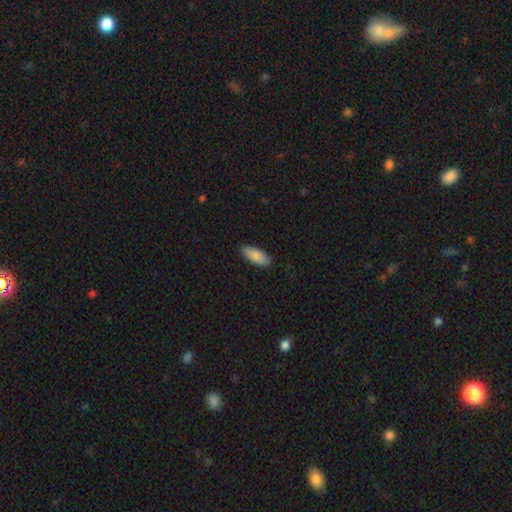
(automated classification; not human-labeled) A smooth galaxy with no disk features (87%) that is in between round and cigar-shaped (80%).

Vote fractions:
- Smooth or featured? smooth: 87% / featured or disk: 7% / star or artifact: 6%
- How rounded? in between: 80% / cigar-shaped: 18% / round: 2%
- Merging? none: 87% / minor disturbance: 10% / major disturbance: 2% / merger: 1%